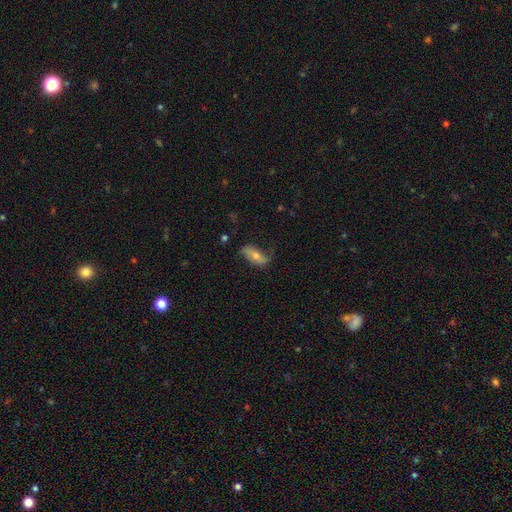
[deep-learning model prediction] A featured or disk galaxy (46%, tied with smooth).

Vote fractions:
- Smooth or featured? featured or disk: 46% (tied) / smooth: 46% (tied) / star or artifact: 8%
- Merging? none: 65% / minor disturbance: 24% / major disturbance: 9% / merger: 2%